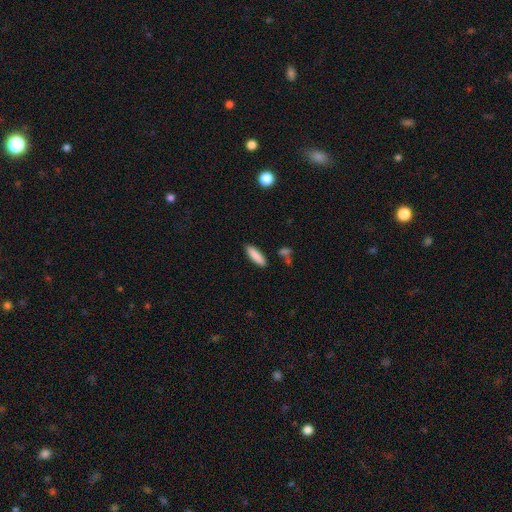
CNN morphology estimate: The model was most divided on "how rounded": cigar-shaped: 60%, in between: 39%, round: 2%. More confident: smooth or featured — smooth (87%); merging — none (86%).